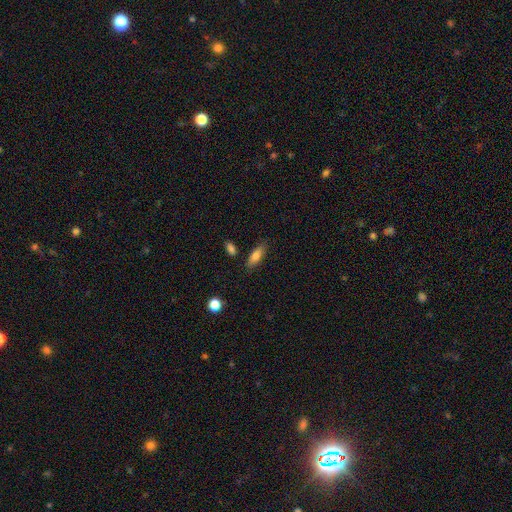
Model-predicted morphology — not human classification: Smooth or featured? Predicted: smooth (p=0.80). How rounded? Predicted: in between (p=0.69). Merging? Predicted: none (p=0.81).